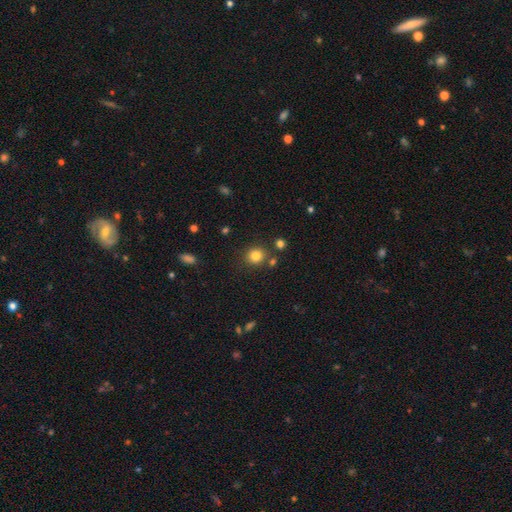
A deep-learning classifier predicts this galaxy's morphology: The model was most divided on "smooth or featured": smooth: 82%, star or artifact: 12%, featured or disk: 6%. More confident: how rounded — round (89%); merging — none (83%).